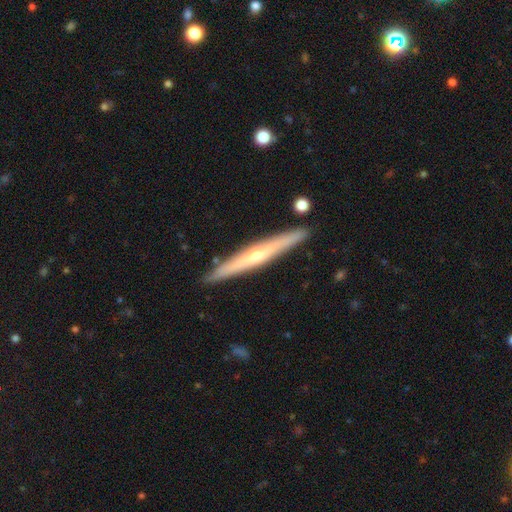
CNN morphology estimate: This is likely a featured or disk galaxy (66%). It is clearly viewed edge-on (96%). Edge-on bulge: likely rounded (70%). Merging: clearly none (90%).